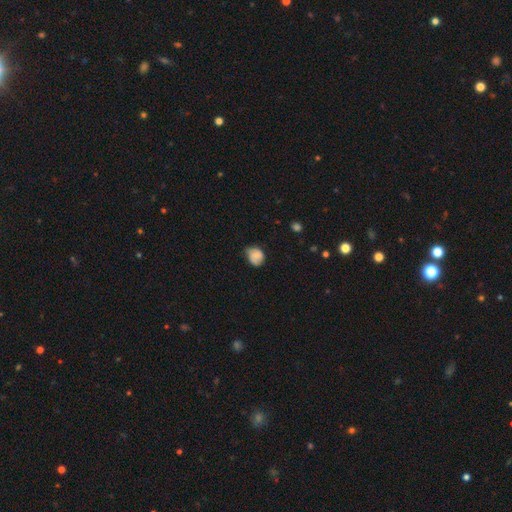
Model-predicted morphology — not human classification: smooth-or-featured: smooth: 74% | featured or disk: 18% | star or artifact: 8%
  how-rounded: round: 52% | in between: 47% | cigar-shaped: 1%
  merging: none: 52% | minor disturbance: 37% | major disturbance: 9% | merger: 2%